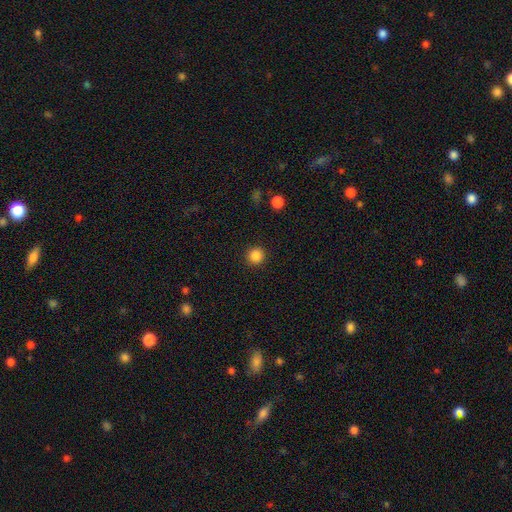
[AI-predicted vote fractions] smooth 86%, star or artifact 11%, featured or disk 3%. Down the decision tree: how rounded — round (94%); merging — none (92%).